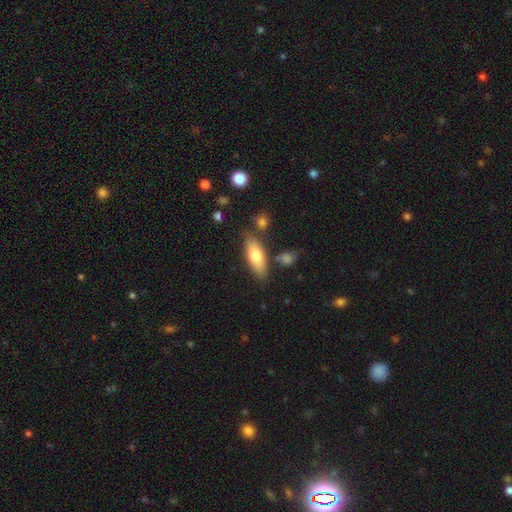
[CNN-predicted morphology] Smooth or featured?
  - smooth: 72% *
  - featured or disk: 22%
  - star or artifact: 6%
How rounded?
  - in between: 71% *
  - cigar-shaped: 27%
  - round: 3%
Merging?
  - none: 75% *
  - minor disturbance: 15%
  - merger: 7%
  - major disturbance: 3%